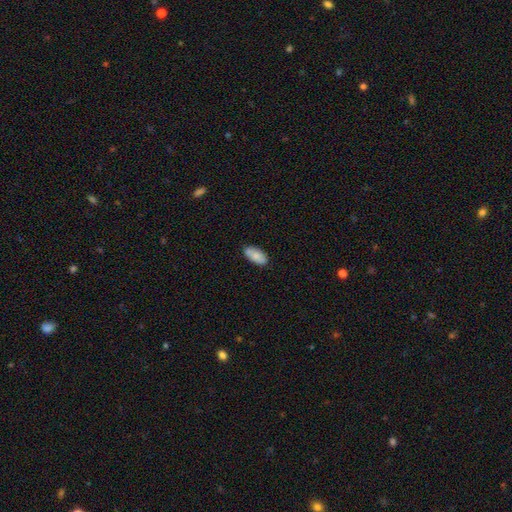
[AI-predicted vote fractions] Q: Smooth or featured?
A: smooth (80%); runner-up: featured or disk (13%)
Q: How rounded?
A: in between (92%); runner-up: cigar-shaped (5%)
Q: Merging?
A: none (82%); runner-up: minor disturbance (14%)